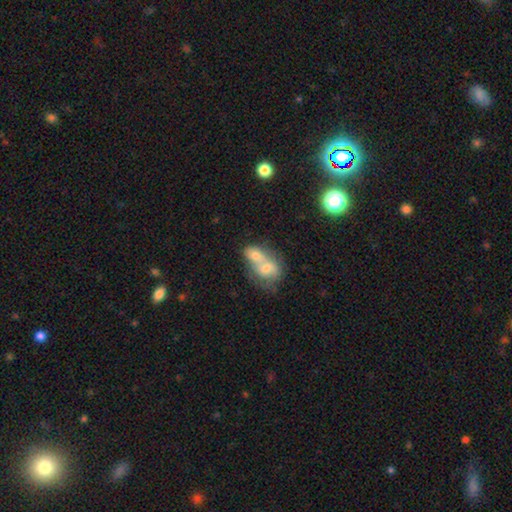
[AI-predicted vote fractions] This appears to be a smooth galaxy with no disk features (64%) that is in between round and cigar-shaped (66%). Merging: merger (79%).